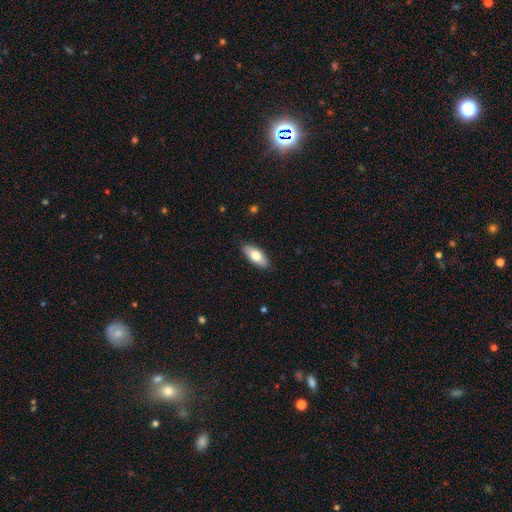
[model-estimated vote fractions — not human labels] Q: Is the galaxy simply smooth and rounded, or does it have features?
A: smooth — 73%.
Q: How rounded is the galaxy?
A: in between — 80%.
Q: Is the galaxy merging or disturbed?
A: none — 88%.